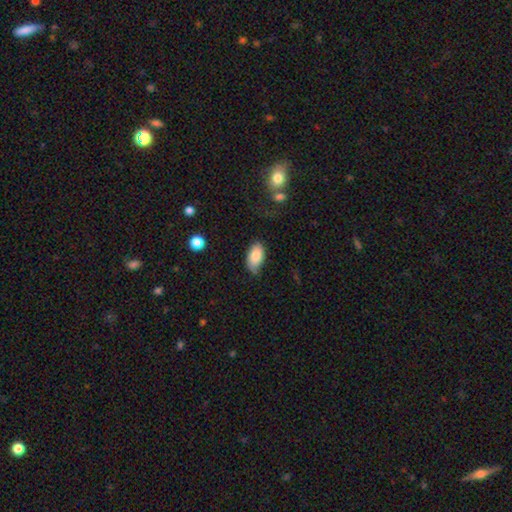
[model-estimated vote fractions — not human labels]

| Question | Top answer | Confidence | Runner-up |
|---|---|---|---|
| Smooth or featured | smooth | 85% | featured or disk (8%) |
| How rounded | in between | 94% | round (3%) |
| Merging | none | 69% | minor disturbance (24%) |